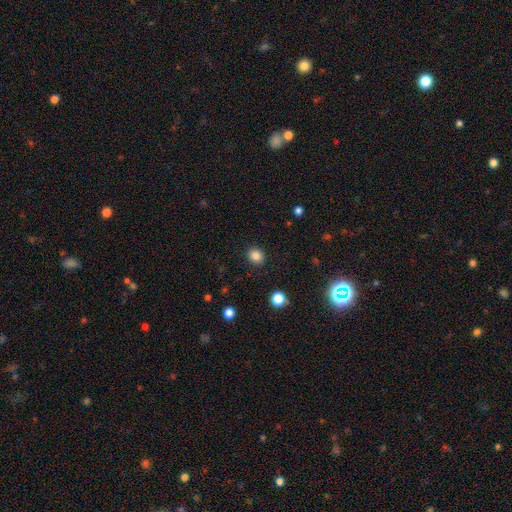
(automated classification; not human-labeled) Overall: smooth (85%). How rounded: round (72%). Merging: none (90%).